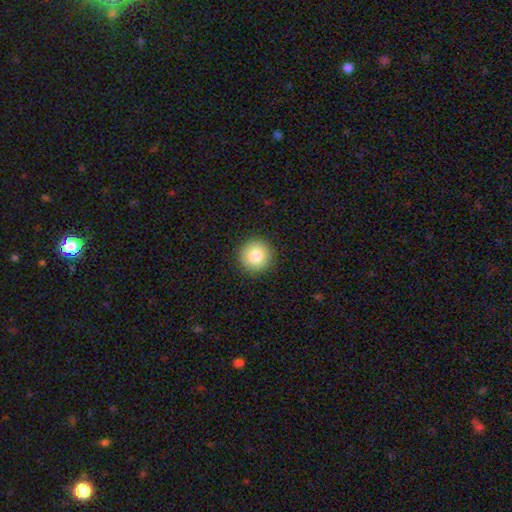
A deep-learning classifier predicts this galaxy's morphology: smooth 83%, star or artifact 9%, featured or disk 8%. Down the decision tree: how rounded — round (96%); merging — none (92%).